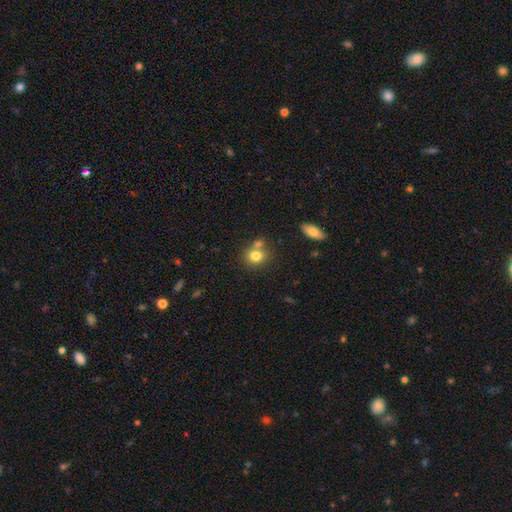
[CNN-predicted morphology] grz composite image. It shows a smooth galaxy with no disk features (79%) that is round (67%). Merging: none (55%).